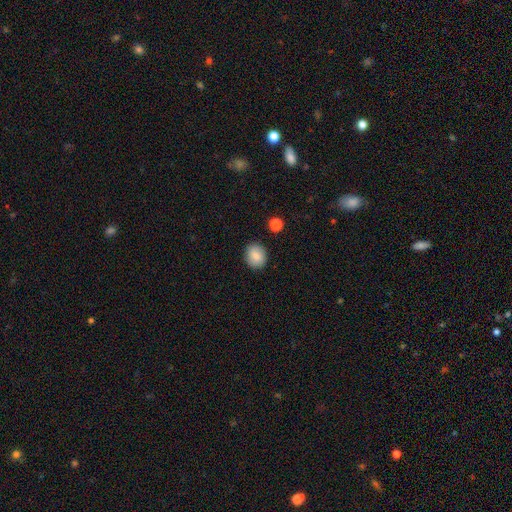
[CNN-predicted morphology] This appears to be a smooth galaxy with no disk features (85%) that is round (67%). Merging: none (89%).